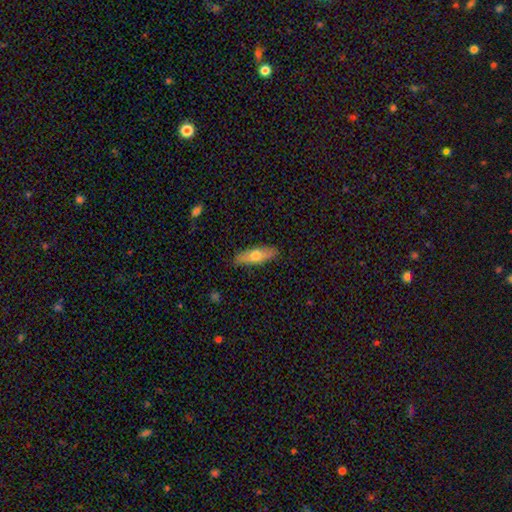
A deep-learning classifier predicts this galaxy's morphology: Overall: smooth (63%; featured or disk 31%). How rounded: in between (51%; cigar-shaped 47%). Merging: none (87%).